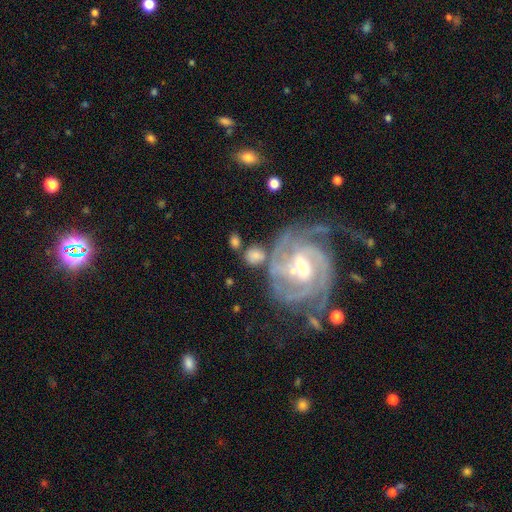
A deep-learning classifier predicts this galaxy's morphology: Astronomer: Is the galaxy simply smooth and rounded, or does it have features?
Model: featured or disk — 70%.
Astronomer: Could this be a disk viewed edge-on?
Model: no — 96%.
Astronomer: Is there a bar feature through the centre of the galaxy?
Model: weak — 45% (runner-up: no, 30%).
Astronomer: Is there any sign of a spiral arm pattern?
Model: yes — 91%.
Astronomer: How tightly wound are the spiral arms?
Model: tight — 56% (runner-up: medium, 36%).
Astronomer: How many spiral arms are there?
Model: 3 — 30% (runner-up: 2, 28%).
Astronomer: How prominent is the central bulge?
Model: moderate — 54% (runner-up: small, 38%).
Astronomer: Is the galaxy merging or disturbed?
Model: none — 55%.